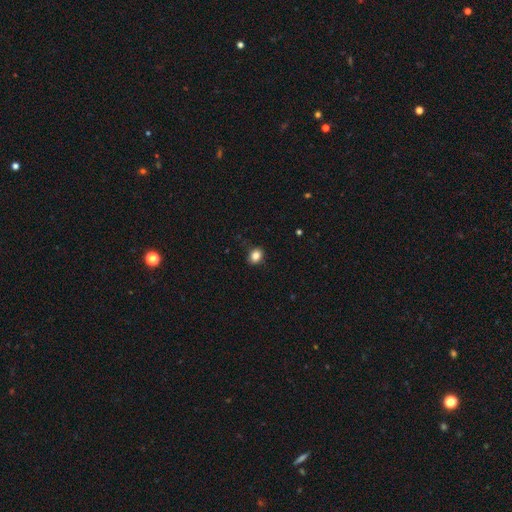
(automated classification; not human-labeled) smooth 85%, star or artifact 10%, featured or disk 5%. Down the decision tree: how rounded — round (52%); merging — none (85%).